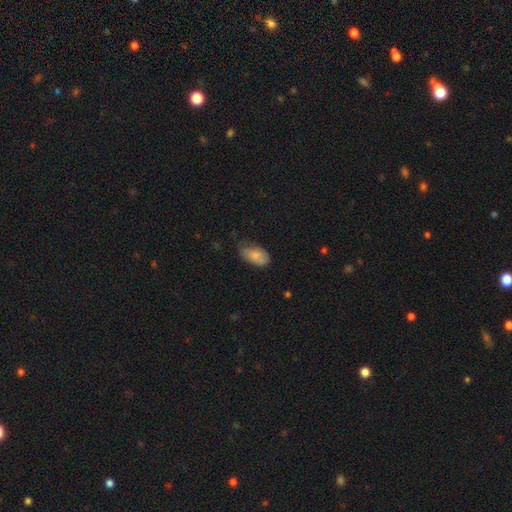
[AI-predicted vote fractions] smooth 79%, featured or disk 14%, star or artifact 7%. Down the decision tree: how rounded — in between (93%); merging — none (56%).